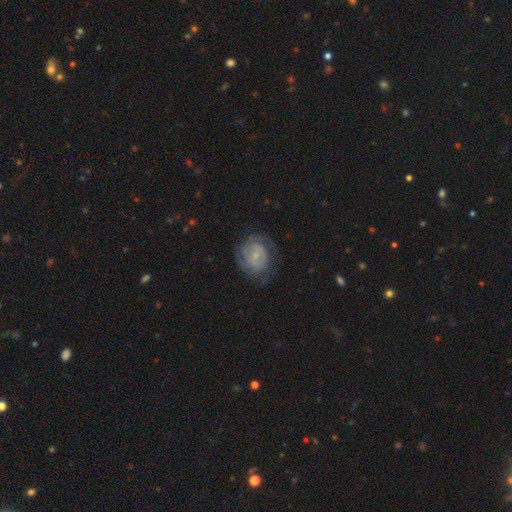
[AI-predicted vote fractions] This is likely a featured or disk galaxy (66%). It is clearly not viewed edge-on (97%). Bar: possibly no (57%). Spiral arm pattern: clearly yes (82%). Spiral arm count: marginally can't tell (40%). Spiral winding: possibly tight (60%). Central bulge: likely small (71%). Merging: likely none (65%).